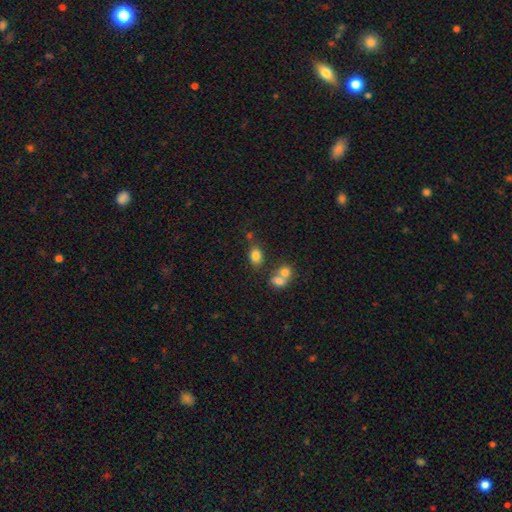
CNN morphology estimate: type=smooth (81%); roundness=in between (70%); merging=none (64%).